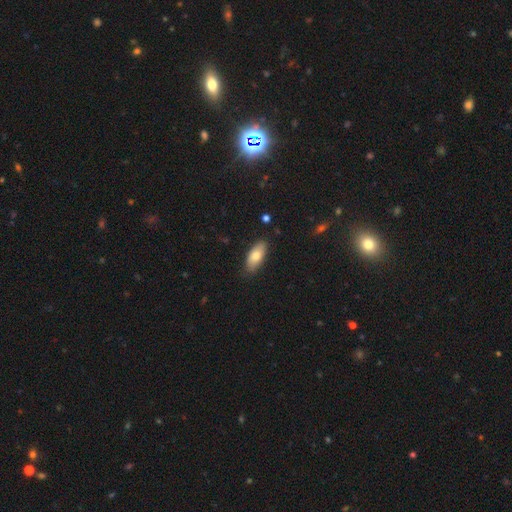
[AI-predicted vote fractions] Smooth or featured: smooth — 78% (featured or disk — 16%)
How rounded: in between — 86% (cigar-shaped — 11%)
Merging: none — 83% (minor disturbance — 13%)